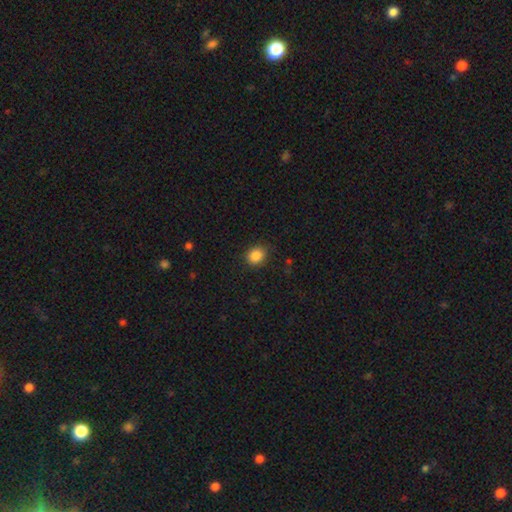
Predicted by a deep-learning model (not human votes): Overall: smooth (87%). How rounded: round (63%; in between 36%). Merging: none (84%).